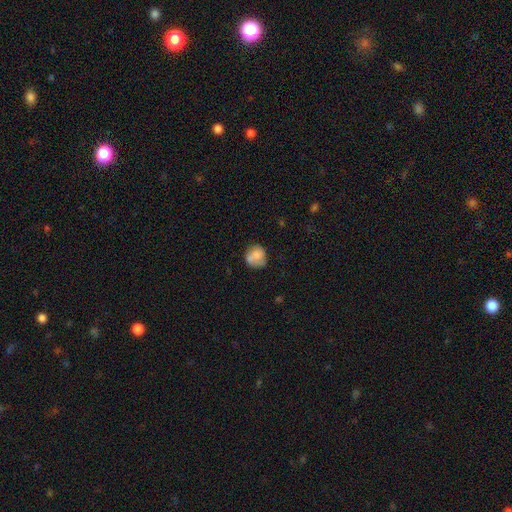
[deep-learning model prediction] Smooth or featured?
  - smooth: 69% *
  - featured or disk: 22%
  - star or artifact: 8%
How rounded?
  - round: 77% *
  - in between: 22%
  - cigar-shaped: 1%
Merging?
  - none: 50% *
  - minor disturbance: 24%
  - merger: 17%
  - major disturbance: 10%